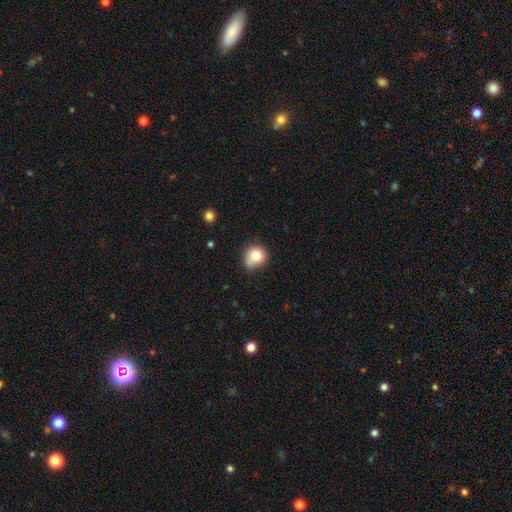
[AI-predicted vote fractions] Overall: smooth (79%). How rounded: round (84%). Merging: none (59%; minor disturbance 28%).